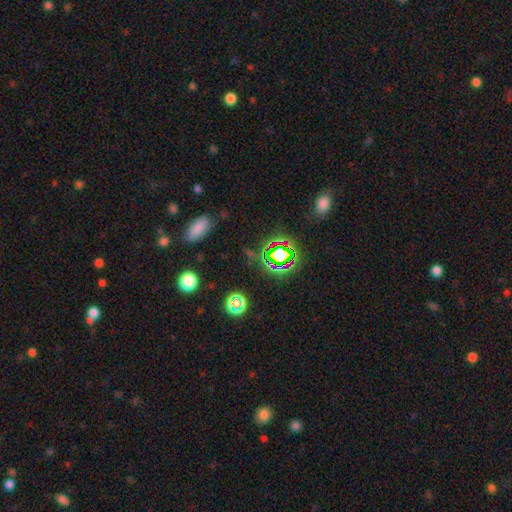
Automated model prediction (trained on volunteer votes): smooth-or-featured: star or artifact: 67% | smooth: 20% | featured or disk: 13%